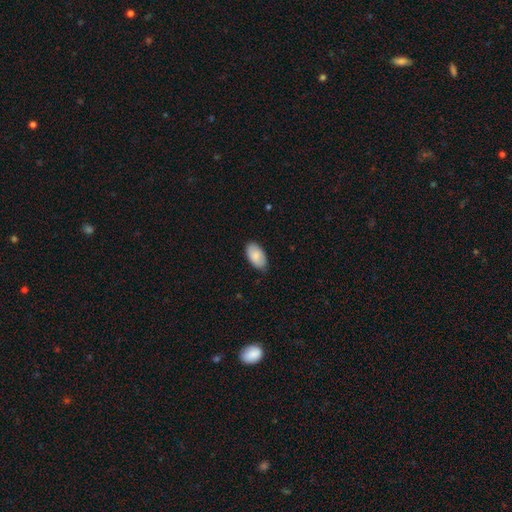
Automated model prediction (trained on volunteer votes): The model was most divided on "merging": none: 82%, minor disturbance: 15%, major disturbance: 2%, merger: 1%. More confident: how rounded — in between (96%); smooth or featured — smooth (87%).